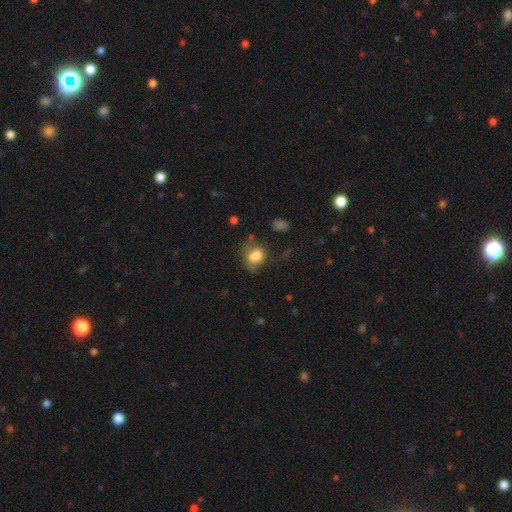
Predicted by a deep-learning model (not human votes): Q: Smooth or featured?
A: smooth (72%); runner-up: featured or disk (16%)
Q: How rounded?
A: in between (54%); runner-up: round (45%)
Q: Merging?
A: none (40%); runner-up: minor disturbance (26%)